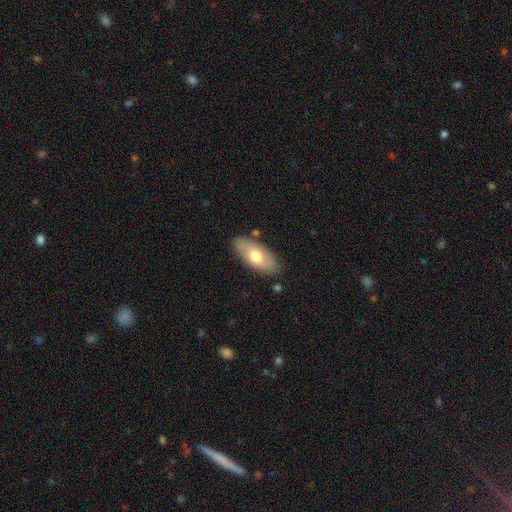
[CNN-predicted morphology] The model was most divided on "smooth or featured": smooth: 66%, featured or disk: 28%, star or artifact: 6%. More confident: how rounded — in between (87%); merging — none (81%).